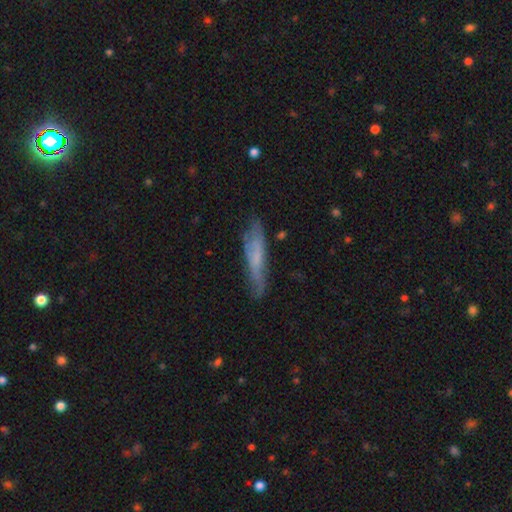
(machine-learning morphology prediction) Smooth or featured? Predicted: smooth (p=0.49). Merging? Predicted: none (p=0.67).